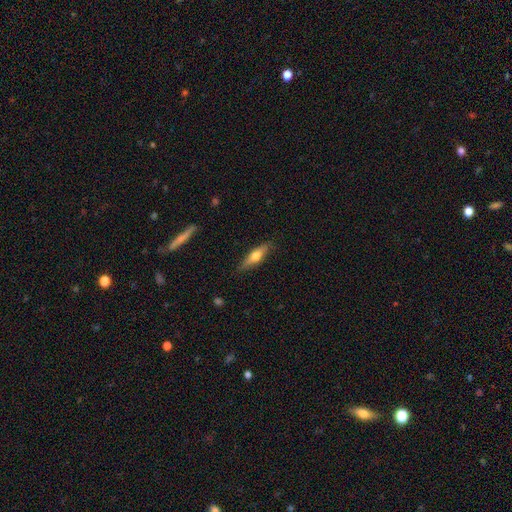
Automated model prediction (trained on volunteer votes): smooth-or-featured: smooth: 51% | featured or disk: 43% | star or artifact: 6%
  how-rounded: cigar-shaped: 67% | in between: 30% | round: 3%
  merging: none: 86% | minor disturbance: 11% | major disturbance: 2% | merger: 1%